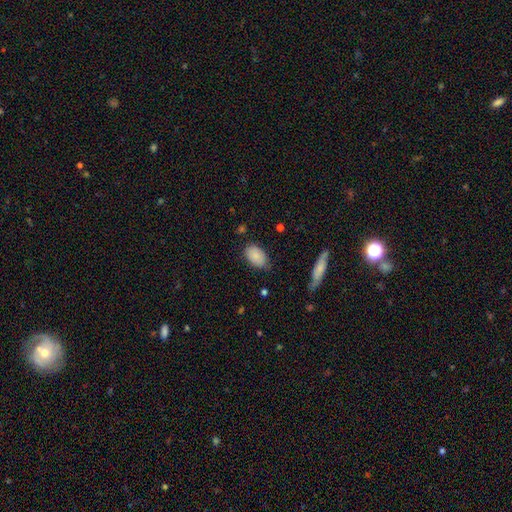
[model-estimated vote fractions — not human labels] Smooth or featured?
  - smooth: 86% *
  - featured or disk: 7%
  - star or artifact: 7%
How rounded?
  - in between: 91% *
  - round: 7%
  - cigar-shaped: 2%
Merging?
  - none: 77% *
  - minor disturbance: 18%
  - major disturbance: 4%
  - merger: 2%